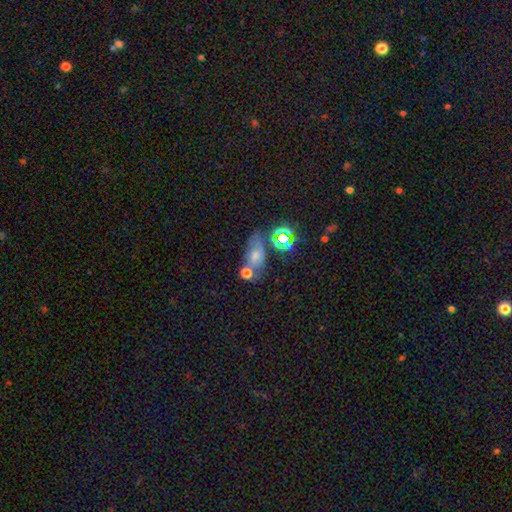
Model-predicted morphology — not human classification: Smooth or featured? smooth (55%)
How rounded? in between (78%)
Merging? none (46%)